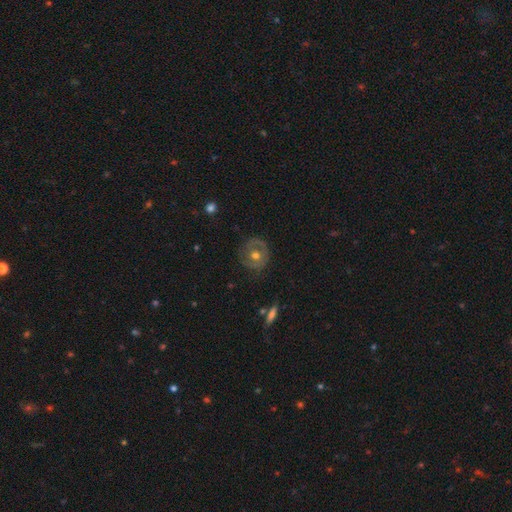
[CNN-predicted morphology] Overall: featured or disk (60%; smooth 33%). Edge-on disk: no (96%). Bar: no (78%). Spiral arms: yes (50%, tied with no). Bulge size: moderate (77%). Merging: none (77%).